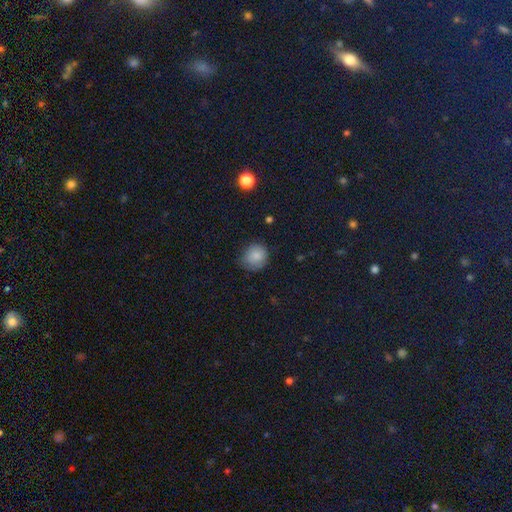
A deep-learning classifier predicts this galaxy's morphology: smooth_or_featured: smooth (p=0.83) [alt: star or artifact p=0.10]
how_rounded: round (p=0.84) [alt: in between p=0.15]
merging: none (p=0.71) [alt: minor disturbance p=0.23]